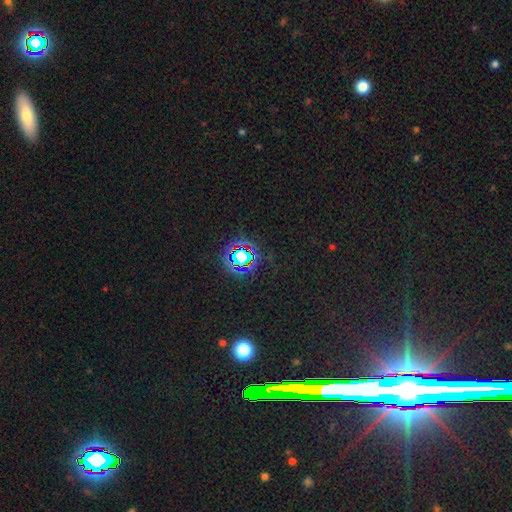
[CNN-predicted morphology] type=star or artifact (78%).